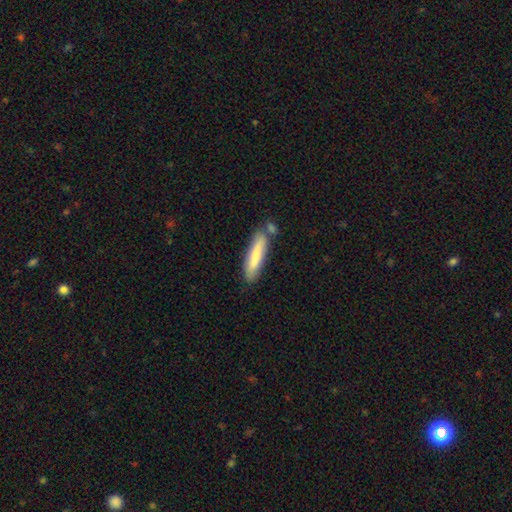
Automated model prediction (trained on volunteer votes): Morphology: type=smooth (75%); roundness=cigar-shaped (79%); merging=none (69%).